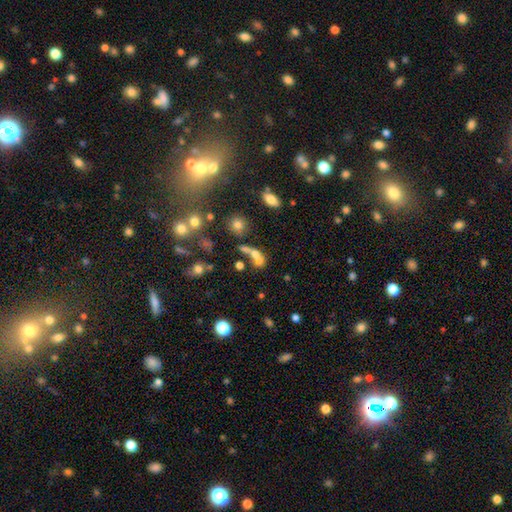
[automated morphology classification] The model was most divided on "how rounded": in between: 51%, round: 39%, cigar-shaped: 9%. More confident: smooth or featured — smooth (61%); merging — merger (59%).